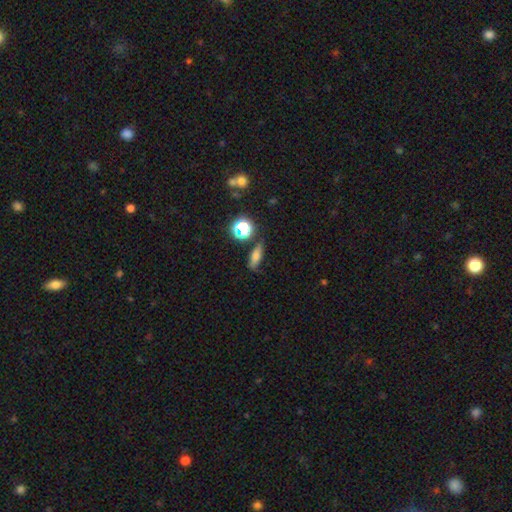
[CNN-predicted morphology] Smooth or featured? smooth (67%)
How rounded? in between (47%)
Merging? none (72%)